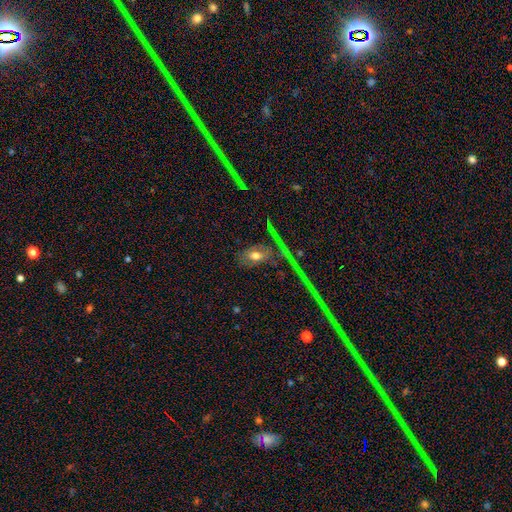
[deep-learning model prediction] Smooth or featured? smooth (61%)
How rounded? in between (86%)
Merging? none (62%)